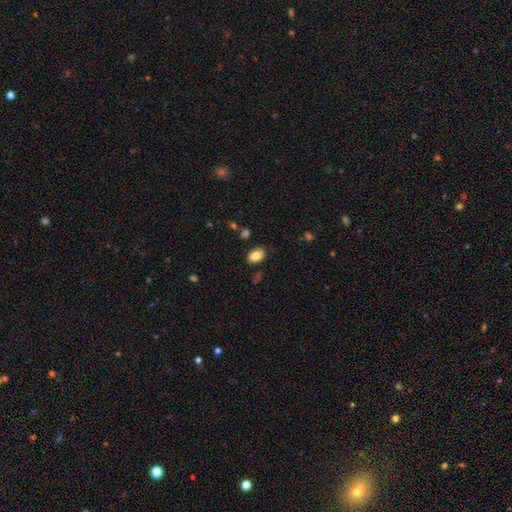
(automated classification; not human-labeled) Smooth or featured?
  - smooth: 84% *
  - star or artifact: 8%
  - featured or disk: 8%
How rounded?
  - in between: 89% *
  - round: 10%
  - cigar-shaped: 1%
Merging?
  - none: 79% *
  - minor disturbance: 15%
  - major disturbance: 4%
  - merger: 2%